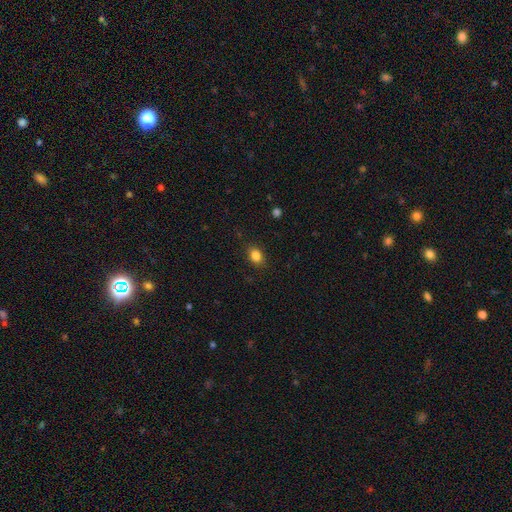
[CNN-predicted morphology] This appears to be a smooth galaxy with no disk features (84%) that is in between round and cigar-shaped (64%). Merging: none (86%).